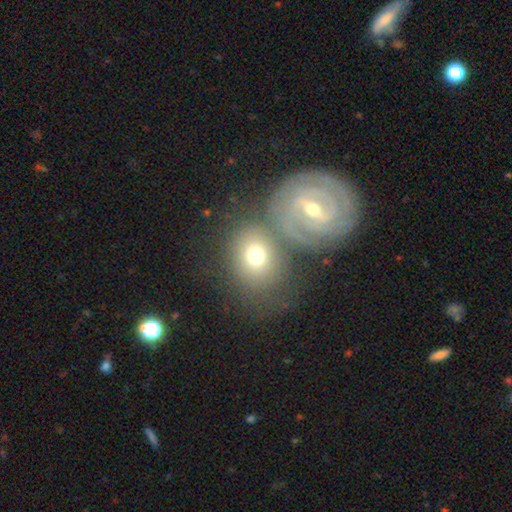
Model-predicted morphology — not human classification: Q: Smooth or featured?
A: smooth (63%); runner-up: featured or disk (26%)
Q: How rounded?
A: round (62%); runner-up: in between (37%)
Q: Merging?
A: none (46%); runner-up: merger (36%)